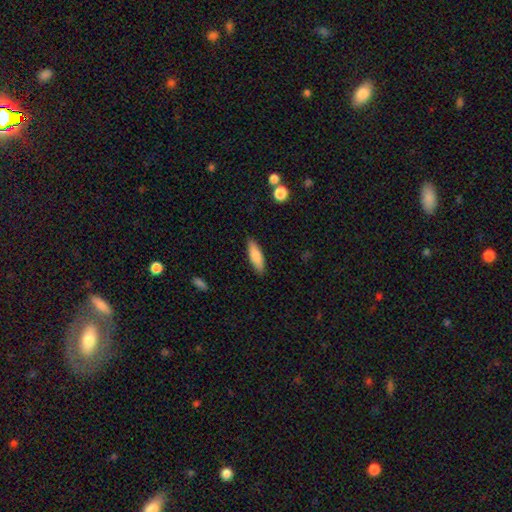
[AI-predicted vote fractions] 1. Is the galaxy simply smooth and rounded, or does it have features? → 80% smooth, 14% featured or disk, 6% star or artifact.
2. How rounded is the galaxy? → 54% cigar-shaped, 44% in between, 2% round.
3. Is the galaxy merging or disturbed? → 87% none, 10% minor disturbance, 2% major disturbance, 1% merger.